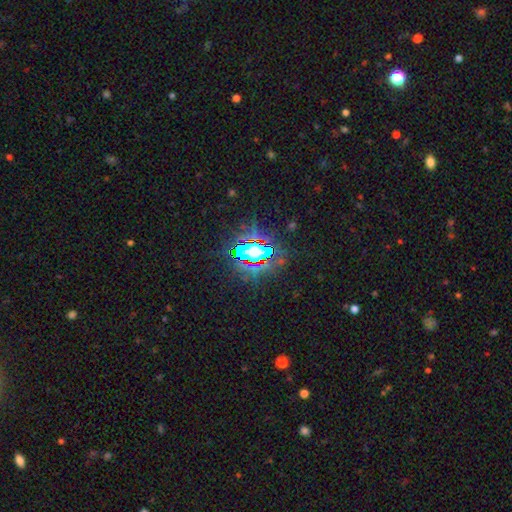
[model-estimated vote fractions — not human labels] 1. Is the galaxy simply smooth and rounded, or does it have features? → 71% star or artifact, 16% smooth, 13% featured or disk.